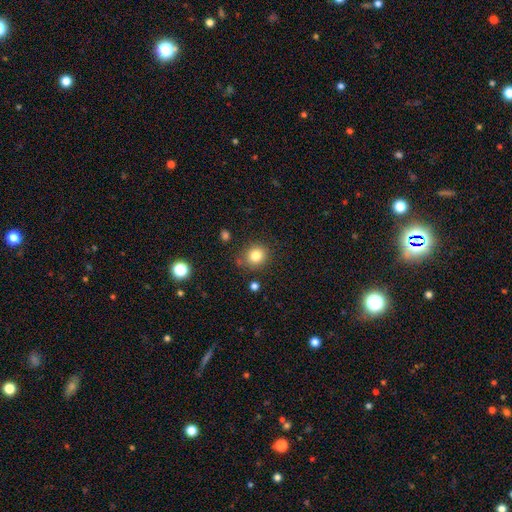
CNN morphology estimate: Q: Smooth or featured?
A: smooth (82%); runner-up: star or artifact (11%)
Q: How rounded?
A: round (81%); runner-up: in between (18%)
Q: Merging?
A: none (82%); runner-up: minor disturbance (11%)